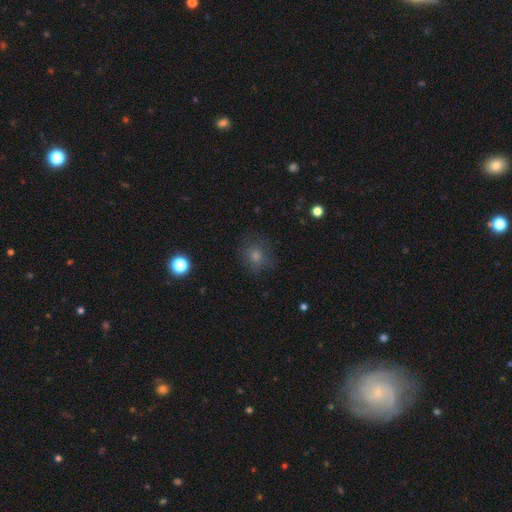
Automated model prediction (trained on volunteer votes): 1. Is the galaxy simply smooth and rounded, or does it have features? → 61% smooth, 24% star or artifact, 15% featured or disk.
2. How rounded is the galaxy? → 83% round, 16% in between, 1% cigar-shaped.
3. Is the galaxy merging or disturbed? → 79% none, 14% minor disturbance, 6% major disturbance, 1% merger.